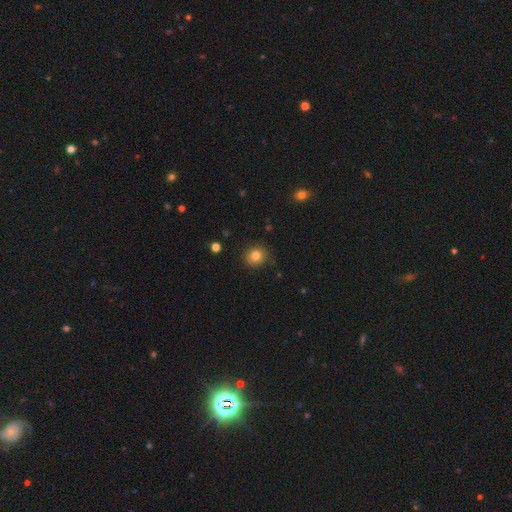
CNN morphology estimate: This appears to be a smooth galaxy with no disk features (81%) that is round (87%). Merging: none (87%).